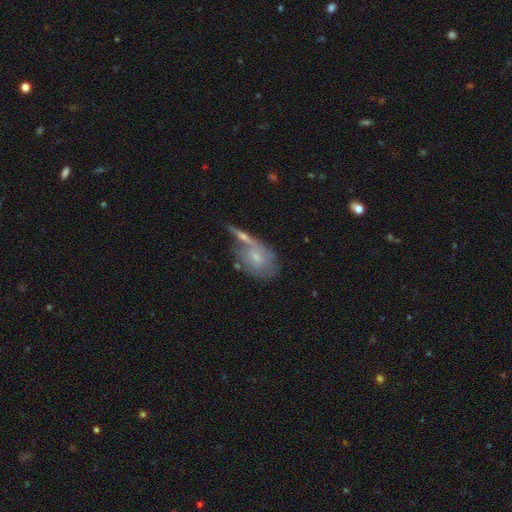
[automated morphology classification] smooth-or-featured: smooth: 47% | featured or disk: 45% | star or artifact: 9%
  merging: none: 37% | merger: 34% | minor disturbance: 18% | major disturbance: 11%